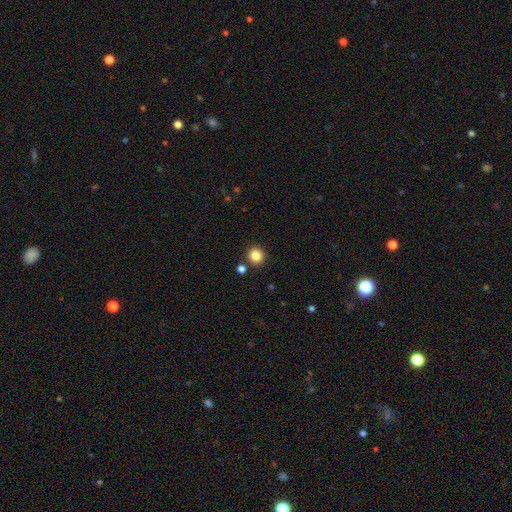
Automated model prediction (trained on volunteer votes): This is clearly a smooth galaxy (85%). How rounded: clearly round (91%). Merging: clearly none (87%).